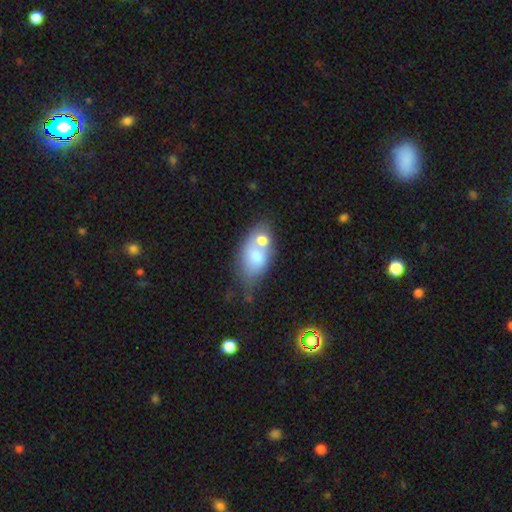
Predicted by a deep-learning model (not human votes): Overall: smooth (66%). How rounded: in between (85%). Merging: merger (45%; none 26%).